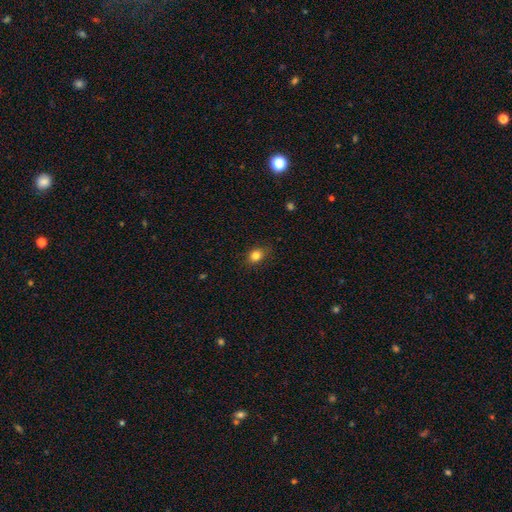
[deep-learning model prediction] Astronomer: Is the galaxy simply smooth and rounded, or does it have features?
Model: smooth — 83%.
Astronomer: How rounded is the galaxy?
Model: round — 50% (runner-up: in between, 49%).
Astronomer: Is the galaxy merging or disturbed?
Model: none — 82%.